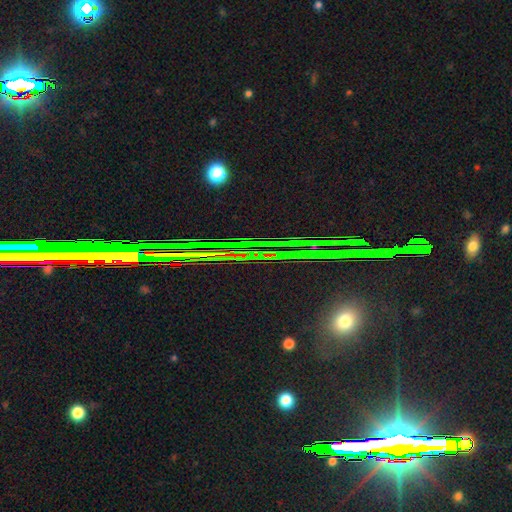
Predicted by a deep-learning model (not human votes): A star or artifact, not a galaxy (77%).

Vote fractions:
- Smooth or featured? star or artifact: 77% / smooth: 12% / featured or disk: 11%